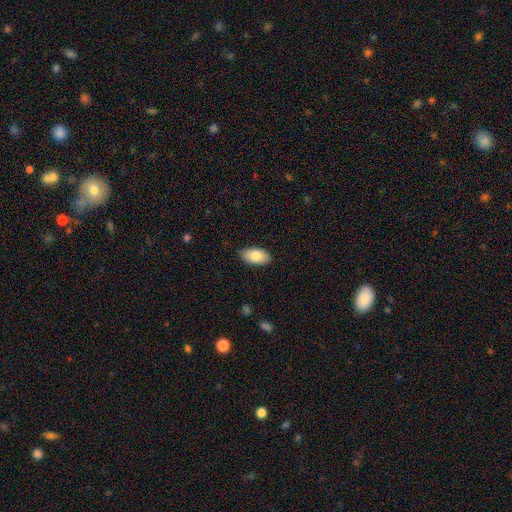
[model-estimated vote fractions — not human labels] smooth-or-featured: smooth: 85% | featured or disk: 9% | star or artifact: 6%
  how-rounded: in between: 95% | round: 3% | cigar-shaped: 2%
  merging: none: 86% | minor disturbance: 11% | major disturbance: 2% | merger: 1%